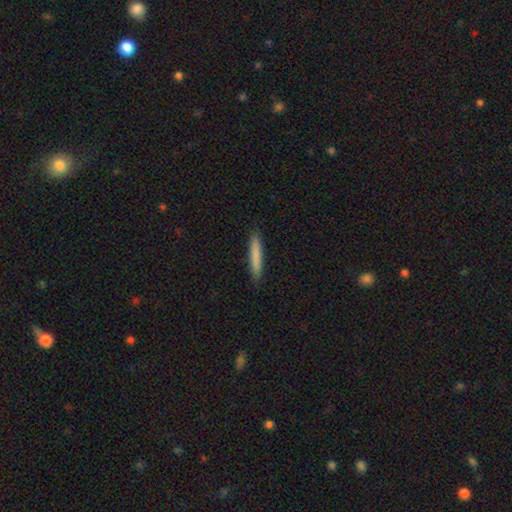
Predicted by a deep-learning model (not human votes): smooth-or-featured: smooth: 82% | featured or disk: 12% | star or artifact: 6%
  how-rounded: cigar-shaped: 94% | in between: 5% | round: 1%
  merging: none: 91% | minor disturbance: 7% | major disturbance: 1% | merger: 1%